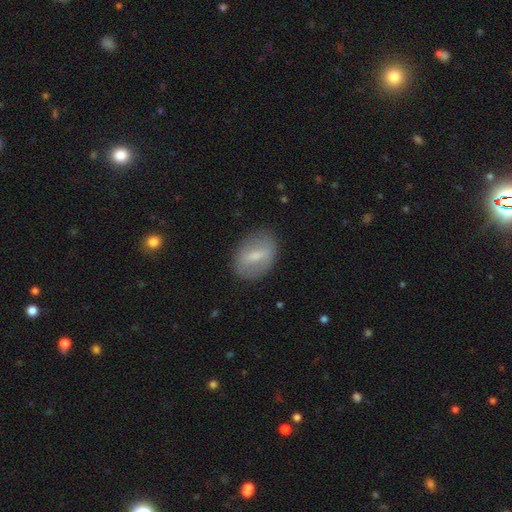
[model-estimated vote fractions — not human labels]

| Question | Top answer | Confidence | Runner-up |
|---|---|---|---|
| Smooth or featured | smooth | 56% | featured or disk (37%) |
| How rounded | in between | 80% | round (18%) |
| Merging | none | 81% | minor disturbance (14%) |